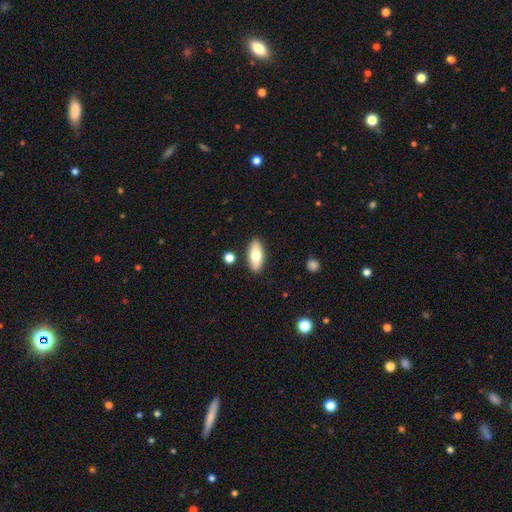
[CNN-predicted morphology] Overall: smooth (70%). How rounded: in between (80%). Merging: none (87%).